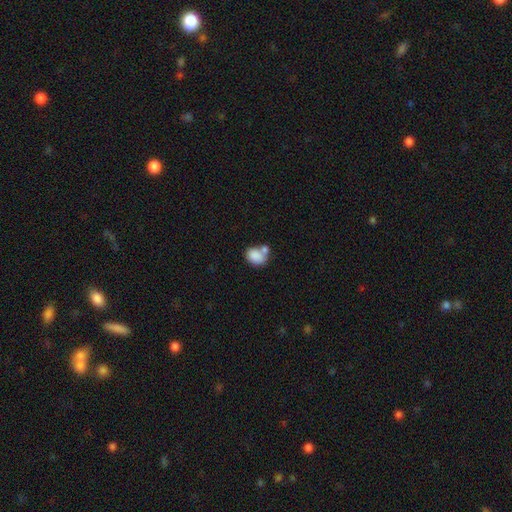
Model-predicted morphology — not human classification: A smooth galaxy with no disk features (84%) that is in between round and cigar-shaped (64%).

Vote fractions:
- Smooth or featured? smooth: 84% / featured or disk: 8% / star or artifact: 8%
- How rounded? in between: 64% / round: 35% / cigar-shaped: 1%
- Merging? merger: 44% / none: 37% / minor disturbance: 13% / major disturbance: 6%